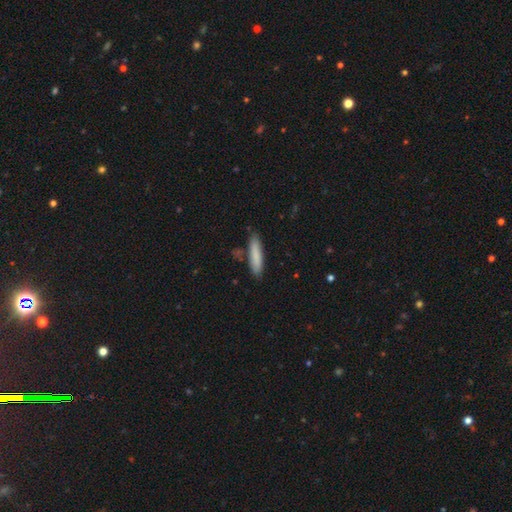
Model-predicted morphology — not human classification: smooth-or-featured: smooth: 83% | featured or disk: 11% | star or artifact: 6%
  how-rounded: cigar-shaped: 80% | in between: 18% | round: 1%
  merging: none: 82% | minor disturbance: 12% | merger: 3% | major disturbance: 2%